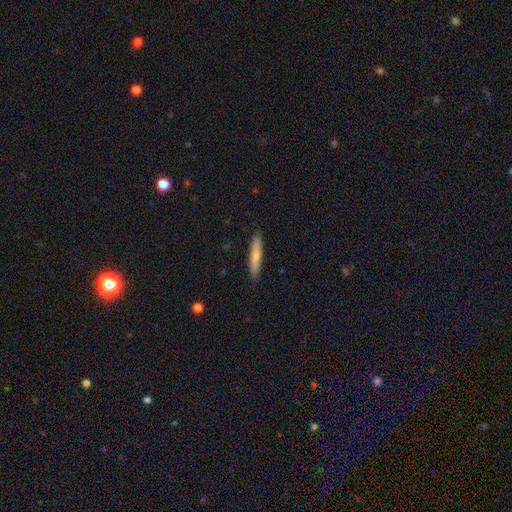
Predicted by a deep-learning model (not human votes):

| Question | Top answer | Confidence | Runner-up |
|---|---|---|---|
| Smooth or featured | smooth | 67% | featured or disk (27%) |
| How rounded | cigar-shaped | 91% | in between (8%) |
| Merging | none | 90% | minor disturbance (8%) |